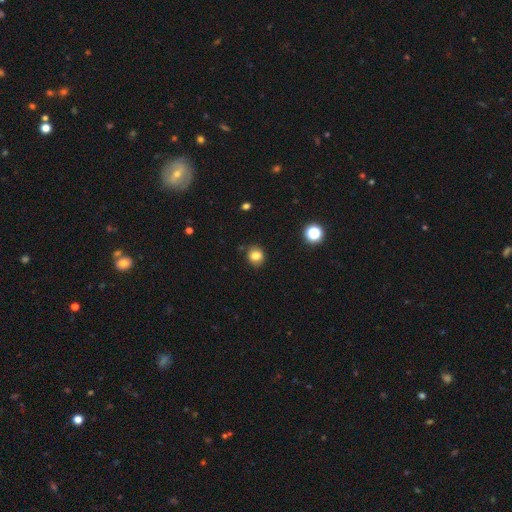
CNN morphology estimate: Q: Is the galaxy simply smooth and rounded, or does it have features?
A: smooth — 82%.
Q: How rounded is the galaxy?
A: round — 80%.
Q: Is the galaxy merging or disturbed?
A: none — 84%.